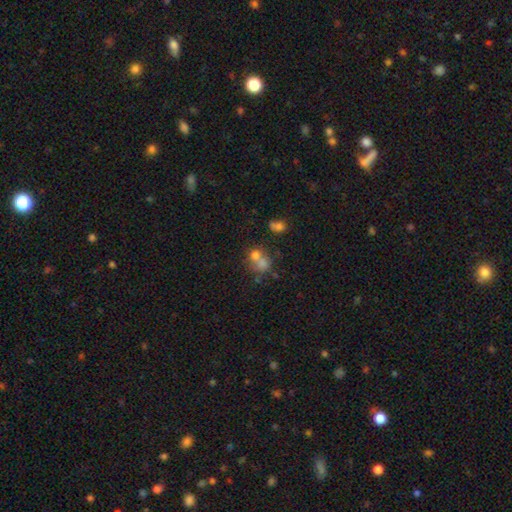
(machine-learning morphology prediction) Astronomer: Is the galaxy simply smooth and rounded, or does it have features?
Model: smooth — 68%.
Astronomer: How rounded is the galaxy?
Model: round — 69%.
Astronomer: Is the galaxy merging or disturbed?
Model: merger — 57%.